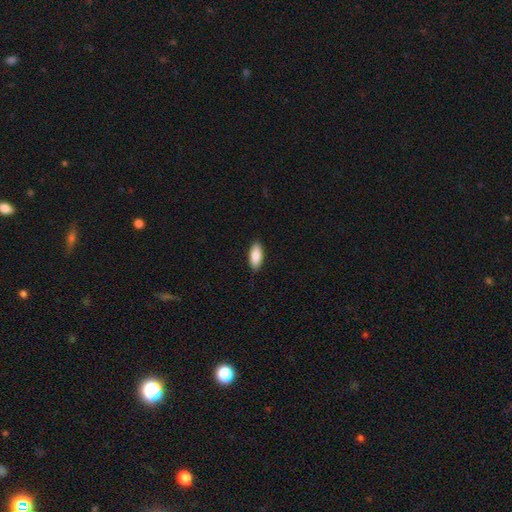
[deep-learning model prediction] This appears to be a smooth galaxy with no disk features (86%) that is in between round and cigar-shaped (82%). Merging: none (89%).